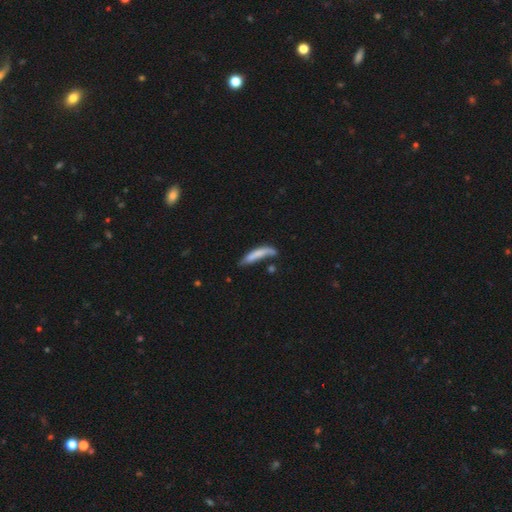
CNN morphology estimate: The model was most divided on "merging": none: 46%, minor disturbance: 23%, merger: 16%, major disturbance: 14%. More confident: how rounded — cigar-shaped (87%); smooth or featured — smooth (65%).